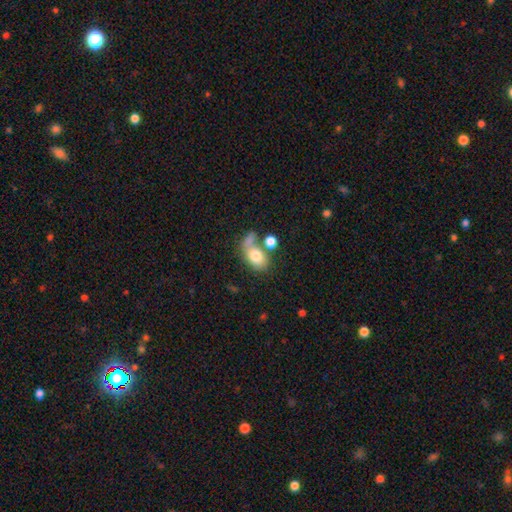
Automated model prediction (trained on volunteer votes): A smooth galaxy with no disk features (74%) that is in between round and cigar-shaped (76%).

Vote fractions:
- Smooth or featured? smooth: 74% / featured or disk: 17% / star or artifact: 9%
- How rounded? in between: 76% / round: 22% / cigar-shaped: 2%
- Merging? merger: 36% / none: 34% / minor disturbance: 15% / major disturbance: 14%